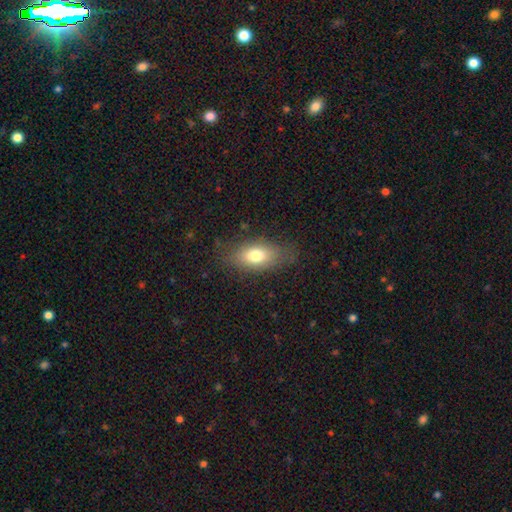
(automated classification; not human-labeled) This appears to be a smooth galaxy with no disk features (75%) that is in between round and cigar-shaped (86%). Merging: none (77%).